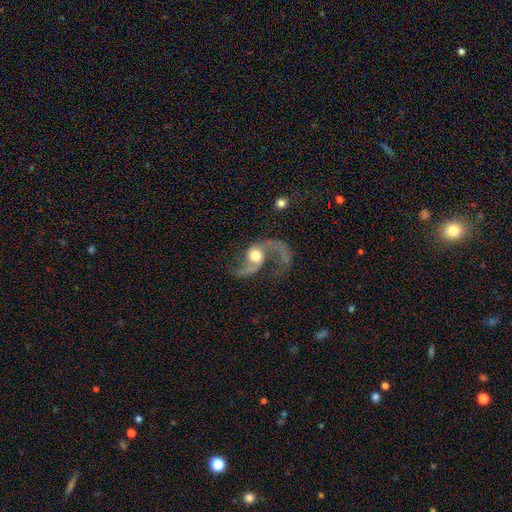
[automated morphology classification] smooth_or_featured: featured or disk (p=0.88) [alt: smooth p=0.07]
disk_edge_on: no (p=0.97) [alt: yes p=0.03]
bar: no (p=0.64) [alt: weak p=0.26]
has_spiral_arms: yes (p=0.96) [alt: no p=0.04]
spiral_winding: loose (p=0.76) [alt: medium p=0.20]
spiral_arm_count: 2 (p=0.90) [alt: 1 p=0.05]
bulge_size: moderate (p=0.61) [alt: large p=0.22]
merging: none (p=0.56) [alt: major disturbance p=0.25]